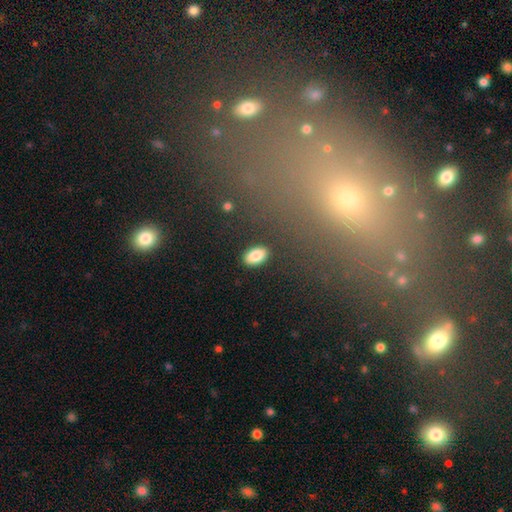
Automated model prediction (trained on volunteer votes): Smooth or featured? smooth (85%)
How rounded? in between (92%)
Merging? none (87%)